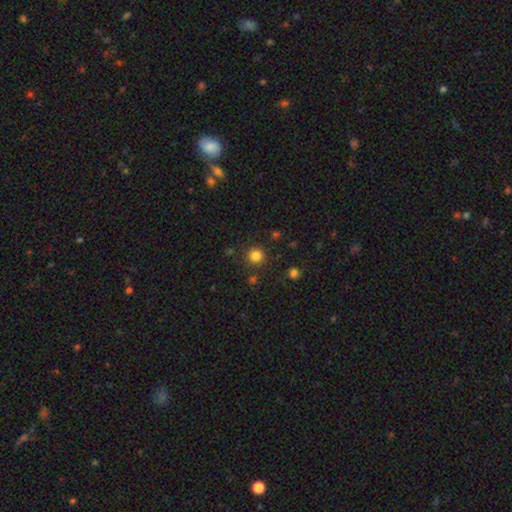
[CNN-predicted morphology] This appears to be a smooth galaxy with no disk features (83%) that is round (94%). Merging: none (88%).